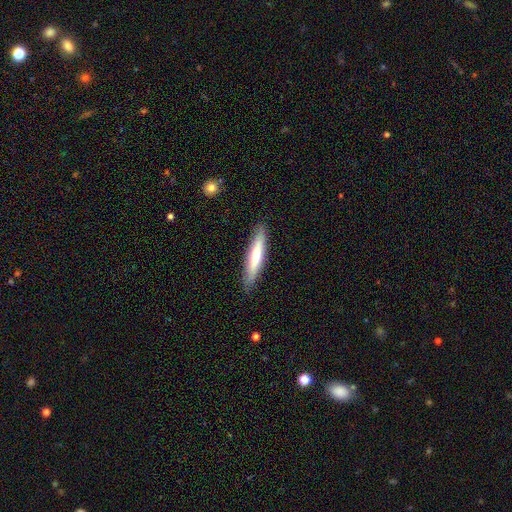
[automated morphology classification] This is possibly a smooth galaxy (56%). How rounded: clearly cigar-shaped (89%). Merging: clearly none (90%).